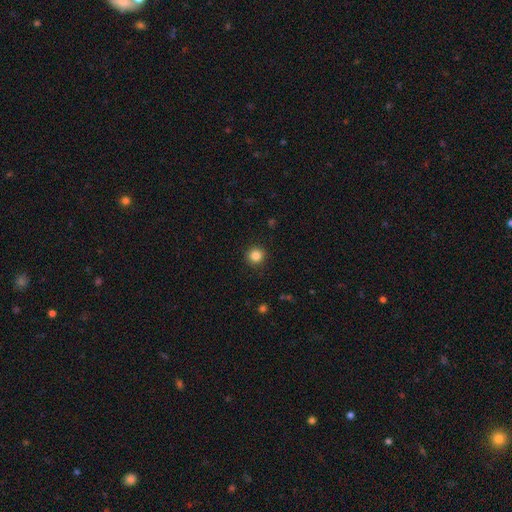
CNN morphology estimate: Smooth or featured? smooth (84%)
How rounded? round (94%)
Merging? none (92%)